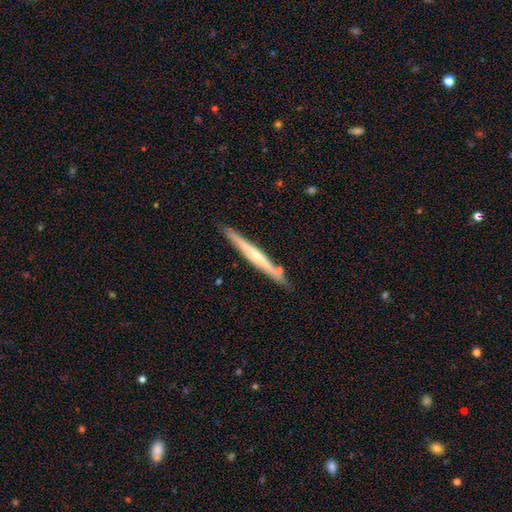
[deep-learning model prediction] Q: Smooth or featured?
A: featured or disk (66%); runner-up: smooth (28%)
Q: Edge-on disk?
A: yes (97%); runner-up: no (3%)
Q: Edge-on bulge?
A: rounded (65%); runner-up: none (30%)
Q: Merging?
A: none (85%); runner-up: minor disturbance (9%)